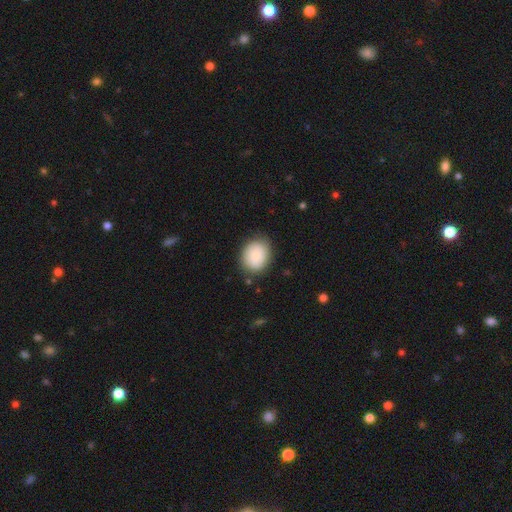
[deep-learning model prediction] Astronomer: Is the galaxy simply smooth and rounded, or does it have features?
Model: smooth — 83%.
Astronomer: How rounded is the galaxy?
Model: round — 58% (runner-up: in between, 41%).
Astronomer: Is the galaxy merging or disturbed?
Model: none — 81%.